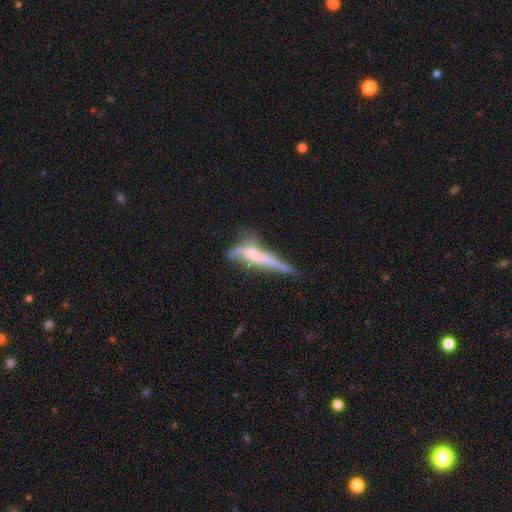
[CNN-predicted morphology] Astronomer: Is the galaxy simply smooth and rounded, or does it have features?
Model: featured or disk — 53% (runner-up: smooth, 37%).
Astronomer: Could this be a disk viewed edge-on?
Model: yes — 62% (runner-up: no, 38%).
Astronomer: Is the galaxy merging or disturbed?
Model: none — 30% (runner-up: major disturbance, 27%).